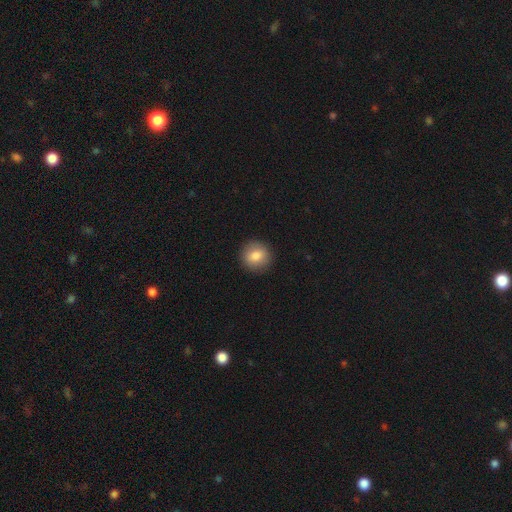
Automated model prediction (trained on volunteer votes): Q: Smooth or featured?
A: smooth (82%); runner-up: featured or disk (10%)
Q: How rounded?
A: round (91%); runner-up: in between (8%)
Q: Merging?
A: none (91%); runner-up: minor disturbance (6%)